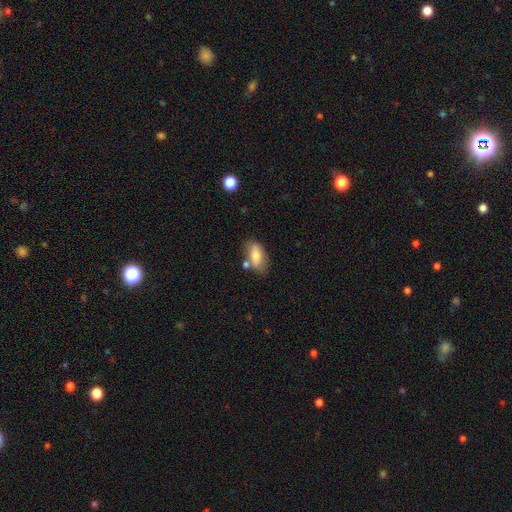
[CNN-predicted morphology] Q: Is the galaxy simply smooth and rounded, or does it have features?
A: smooth — 74%.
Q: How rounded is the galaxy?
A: in between — 86%.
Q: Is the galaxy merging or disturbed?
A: none — 63%.